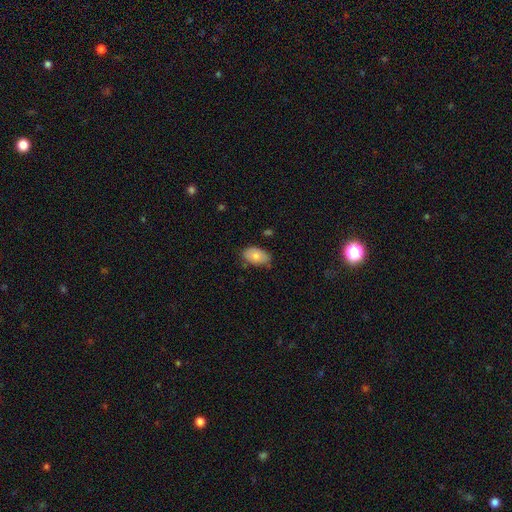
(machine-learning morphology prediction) A smooth galaxy with no disk features (79%) that is in between round and cigar-shaped (92%).

Vote fractions:
- Smooth or featured? smooth: 79% / featured or disk: 14% / star or artifact: 7%
- How rounded? in between: 92% / round: 7% / cigar-shaped: 1%
- Merging? none: 73% / minor disturbance: 21% / major disturbance: 3% / merger: 2%